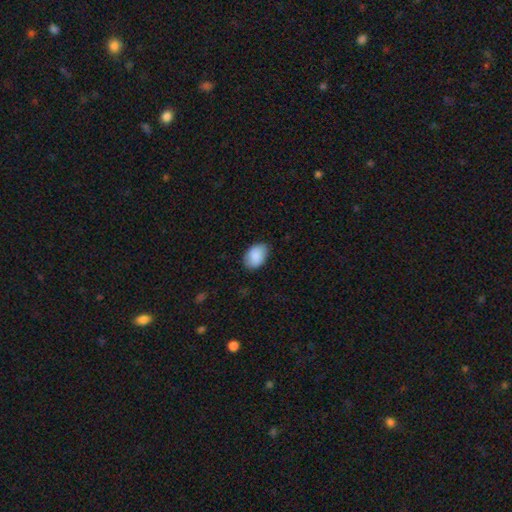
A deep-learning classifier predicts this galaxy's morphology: A smooth galaxy with no disk features (88%) that is in between round and cigar-shaped (84%).

Vote fractions:
- Smooth or featured? smooth: 88% / star or artifact: 6% / featured or disk: 6%
- How rounded? in between: 84% / round: 15% / cigar-shaped: 1%
- Merging? none: 82% / minor disturbance: 15% / major disturbance: 3% / merger: 1%